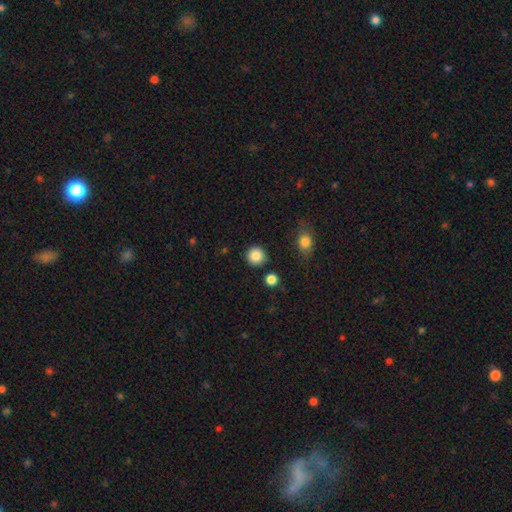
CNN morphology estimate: Q: Smooth or featured?
A: smooth (87%); runner-up: star or artifact (9%)
Q: How rounded?
A: round (93%); runner-up: in between (6%)
Q: Merging?
A: none (89%); runner-up: minor disturbance (6%)